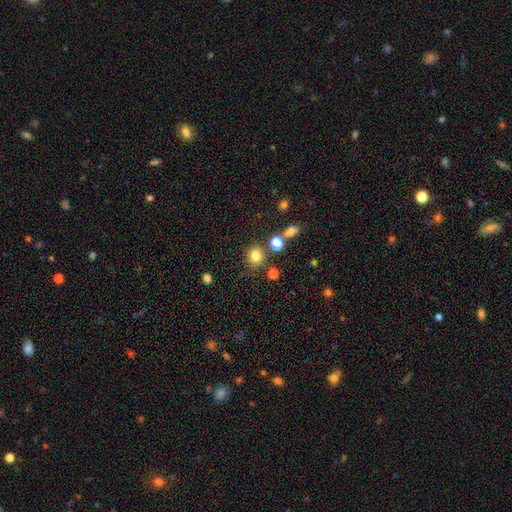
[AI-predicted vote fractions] This appears to be a smooth galaxy with no disk features (80%) that is round (80%). Merging: none (76%).